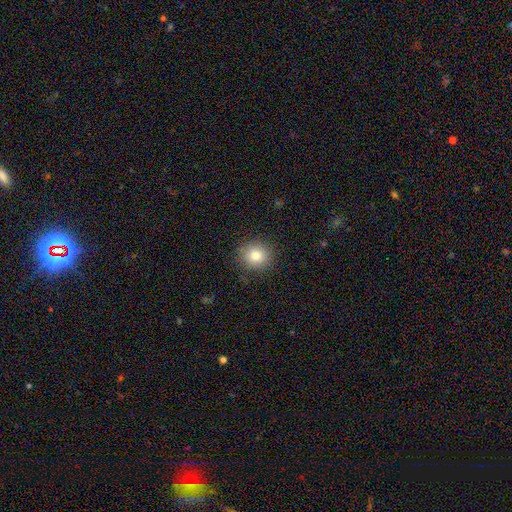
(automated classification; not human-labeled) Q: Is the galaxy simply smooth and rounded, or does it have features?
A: smooth — 79%.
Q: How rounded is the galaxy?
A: round — 89%.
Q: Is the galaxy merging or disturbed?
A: none — 89%.